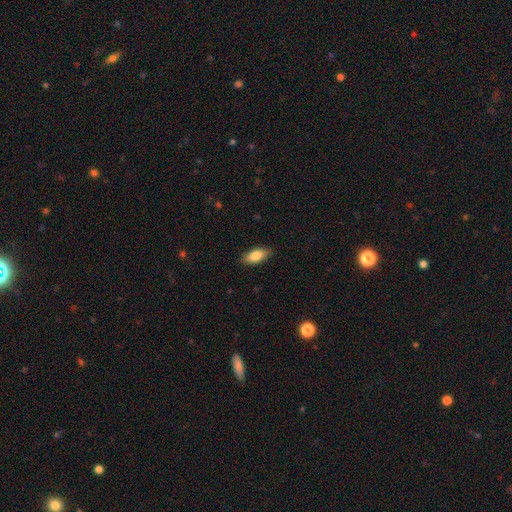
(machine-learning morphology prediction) smooth 82%, featured or disk 12%, star or artifact 6%. Down the decision tree: how rounded — in between (85%); merging — none (87%).